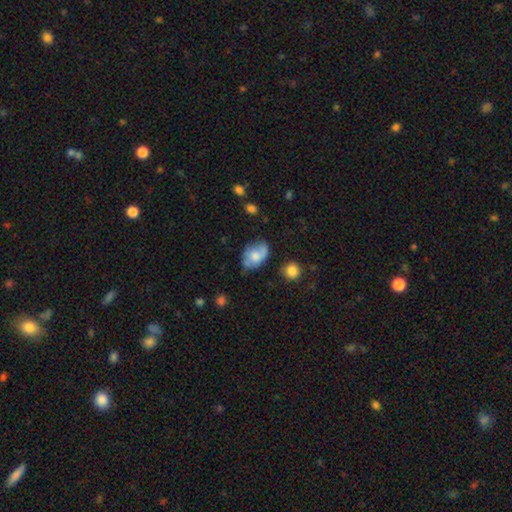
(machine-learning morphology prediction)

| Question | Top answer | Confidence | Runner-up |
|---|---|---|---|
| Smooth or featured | smooth | 56% | featured or disk (35%) |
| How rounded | in between | 78% | round (20%) |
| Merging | none | 52% | minor disturbance (31%) |